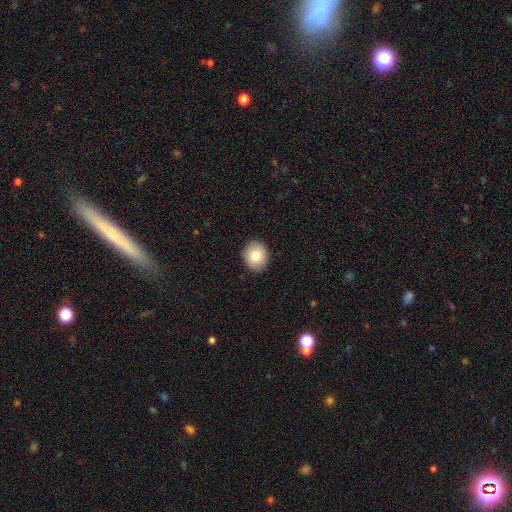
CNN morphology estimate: This appears to be a smooth galaxy with no disk features (84%) that is round (67%). Merging: none (91%).